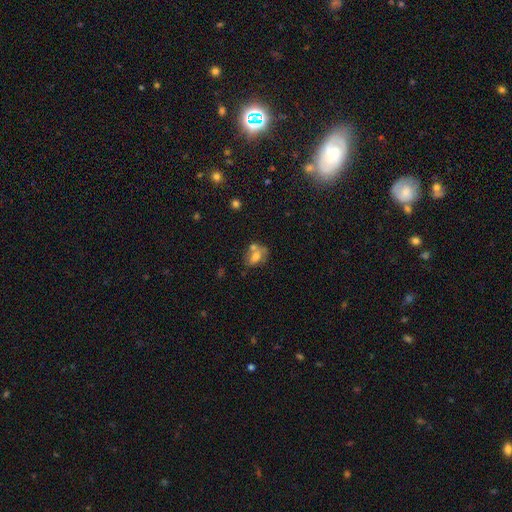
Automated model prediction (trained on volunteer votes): Smooth or featured: smooth — 61% (featured or disk — 28%)
How rounded: in between — 77% (round — 21%)
Merging: none — 38% (merger — 32%)